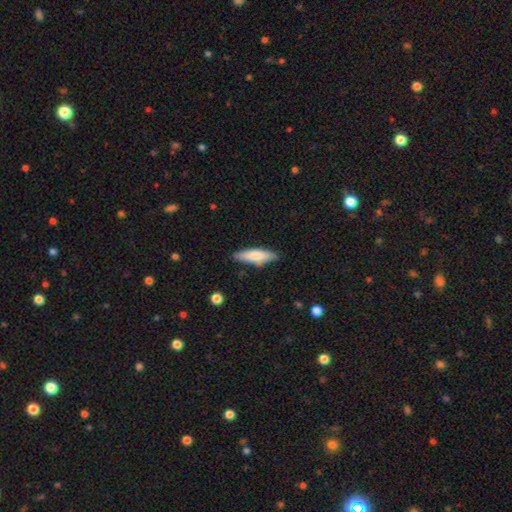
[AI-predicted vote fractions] This is likely a smooth galaxy (74%). How rounded: possibly cigar-shaped (59%). Merging: clearly none (82%).